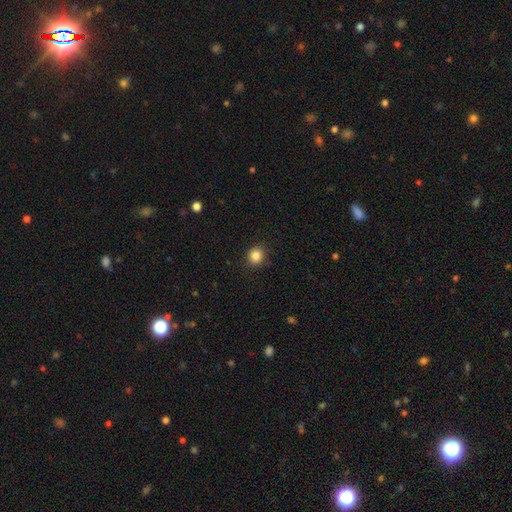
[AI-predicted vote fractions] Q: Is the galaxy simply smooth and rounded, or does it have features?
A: smooth — 85%.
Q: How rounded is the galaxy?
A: round — 86%.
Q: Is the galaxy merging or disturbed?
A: none — 90%.